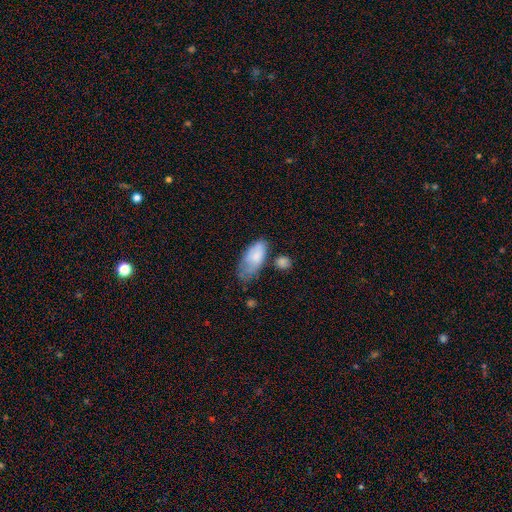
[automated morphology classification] Smooth or featured: smooth — 75% (featured or disk — 19%)
How rounded: in between — 90% (cigar-shaped — 7%)
Merging: none — 35% (tied with minor disturbance — 35%)